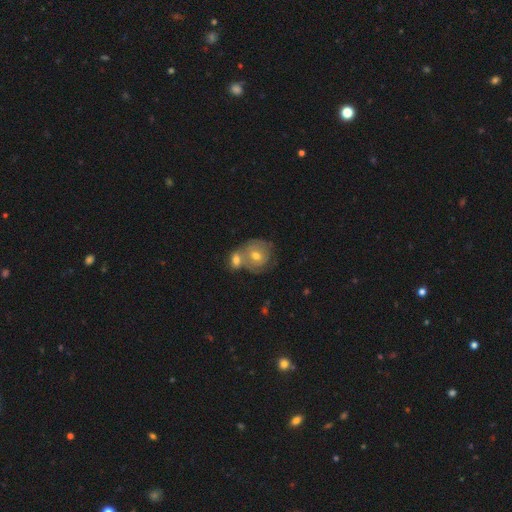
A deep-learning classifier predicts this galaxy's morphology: The model was most divided on "merging": merger: 45%, none: 41%, minor disturbance: 10%, major disturbance: 4%. Remaining: smooth or featured — featured or disk (47%).